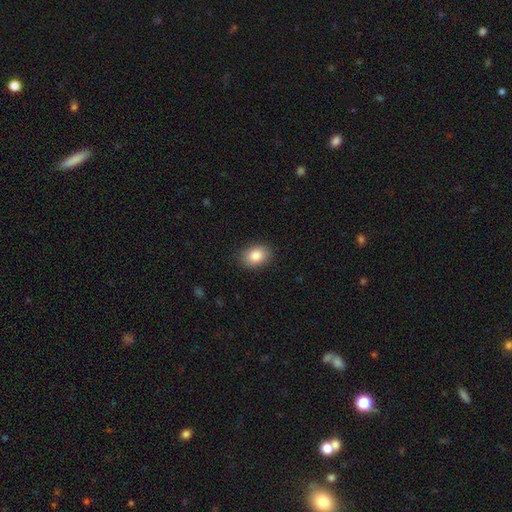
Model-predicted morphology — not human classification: Smooth or featured?
  - smooth: 86% *
  - star or artifact: 8%
  - featured or disk: 6%
How rounded?
  - in between: 73% *
  - round: 26%
  - cigar-shaped: 1%
Merging?
  - none: 88% *
  - minor disturbance: 9%
  - major disturbance: 2%
  - merger: 1%